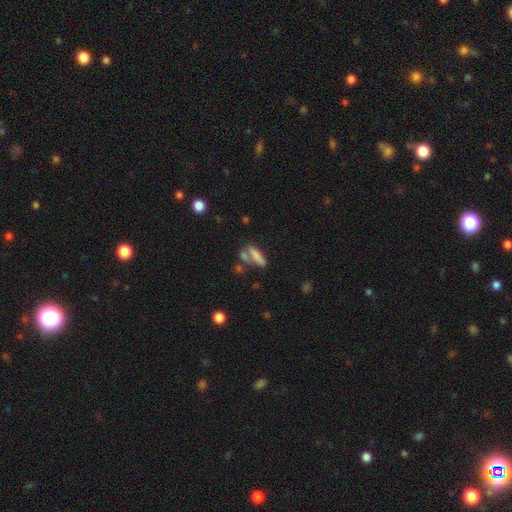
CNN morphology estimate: Smooth or featured: smooth — 74% (featured or disk — 16%)
How rounded: cigar-shaped — 62% (in between — 35%)
Merging: none — 48% (merger — 28%)